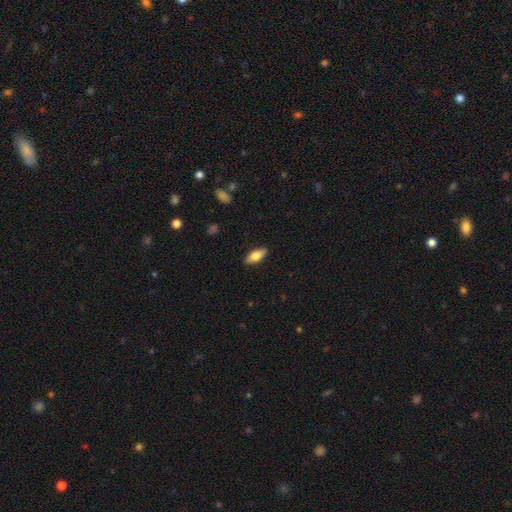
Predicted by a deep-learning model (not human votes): smooth_or_featured: smooth (p=0.74) [alt: featured or disk p=0.19]
how_rounded: in between (p=0.84) [alt: cigar-shaped p=0.14]
merging: none (p=0.89) [alt: minor disturbance p=0.09]